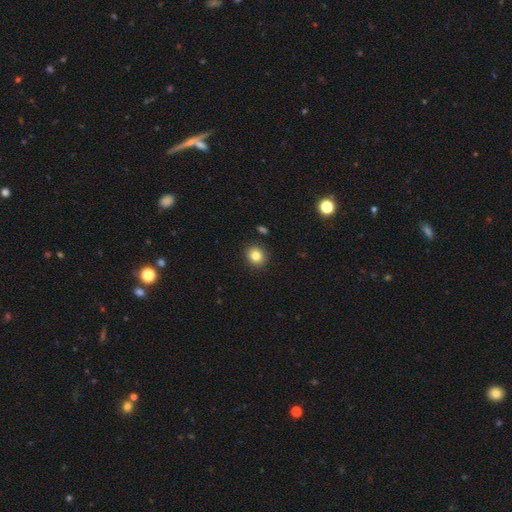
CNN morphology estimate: A smooth galaxy with no disk features (82%) that is round (79%). Merging: none (90%).